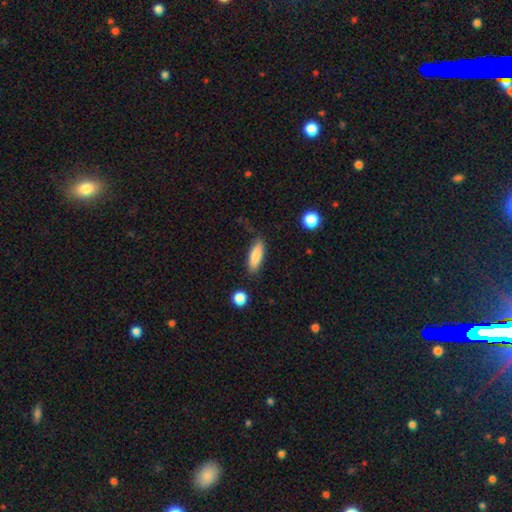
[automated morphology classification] Overall: smooth (84%). How rounded: in between (58%; cigar-shaped 40%). Merging: none (76%).